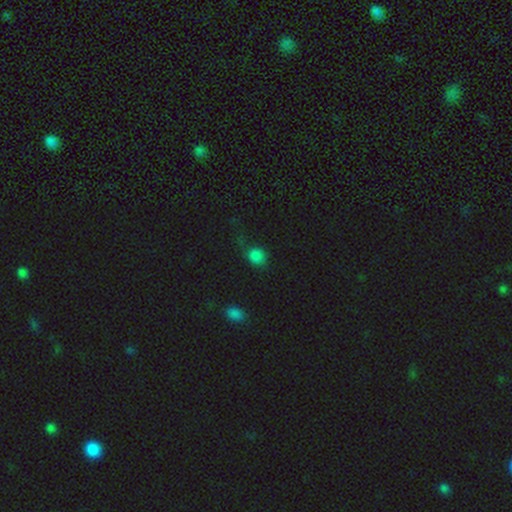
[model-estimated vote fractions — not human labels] Overall: smooth (77%). How rounded: round (67%; in between 31%). Merging: none (61%; minor disturbance 23%).